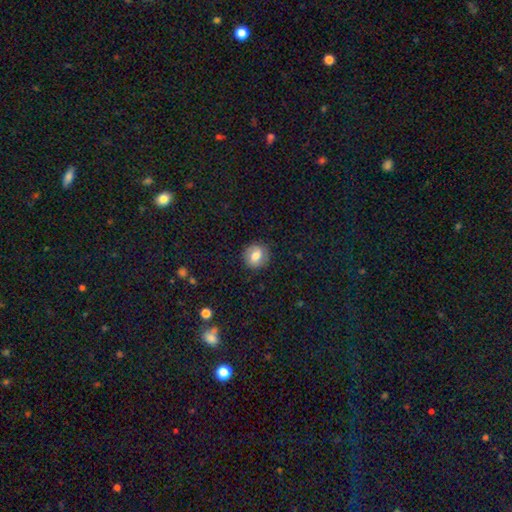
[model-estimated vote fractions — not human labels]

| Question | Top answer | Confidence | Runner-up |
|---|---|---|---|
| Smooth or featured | smooth | 64% | featured or disk (26%) |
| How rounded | round | 81% | in between (18%) |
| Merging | none | 85% | minor disturbance (10%) |